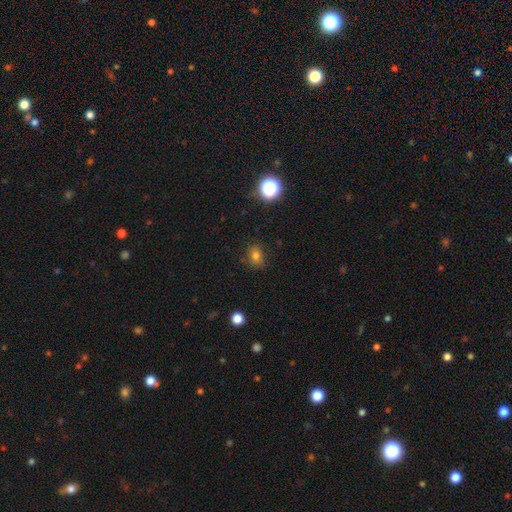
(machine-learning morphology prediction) Q: Smooth or featured?
A: smooth (75%); runner-up: star or artifact (17%)
Q: How rounded?
A: in between (52%); runner-up: round (47%)
Q: Merging?
A: none (79%); runner-up: minor disturbance (15%)